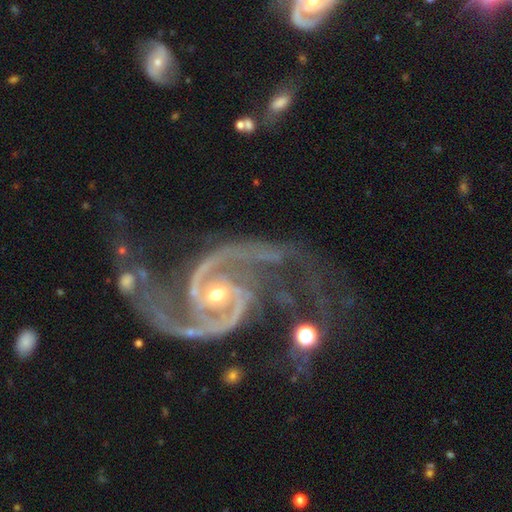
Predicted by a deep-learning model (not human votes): Morphology: type=featured or disk (94%); edge-on=no (98%); bar=no (44%); spiral arms=yes (99%); winding=medium (59%); arm count=2 (90%); bulge=small (49%); merging=none (47%).